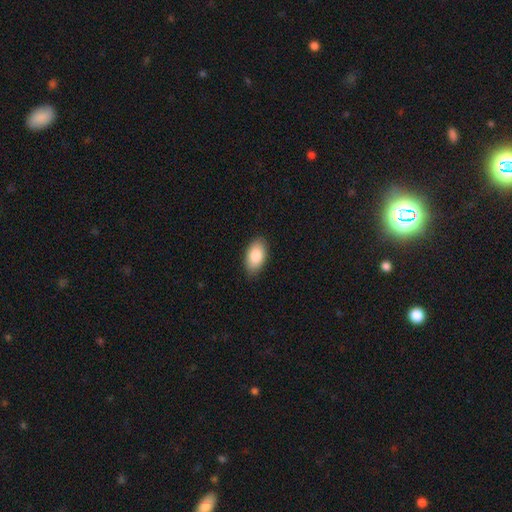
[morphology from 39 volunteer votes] Q: Smooth or featured?
A: smooth (85%); runner-up: featured or disk (8%)
Q: How rounded?
A: in between (88%); runner-up: cigar-shaped (9%)
Q: Merging?
A: none (81%); runner-up: minor disturbance (11%)